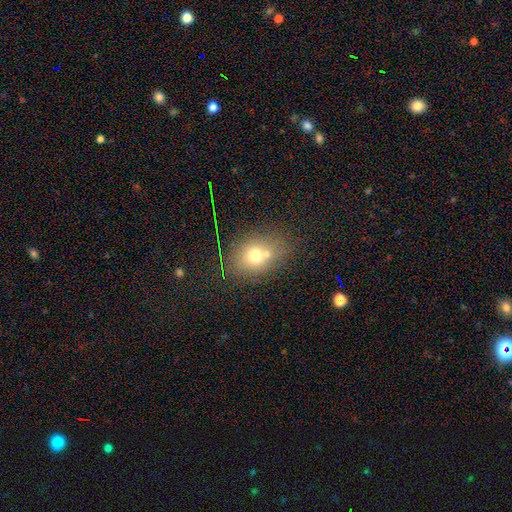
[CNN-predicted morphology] This is likely a smooth galaxy (67%). How rounded: possibly in between (52%). Merging: possibly none (52%).